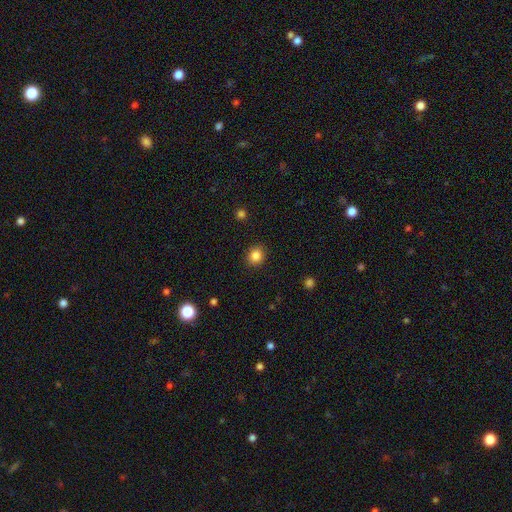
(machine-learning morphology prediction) A smooth galaxy with no disk features (85%) that is round (79%). Merging: none (91%).